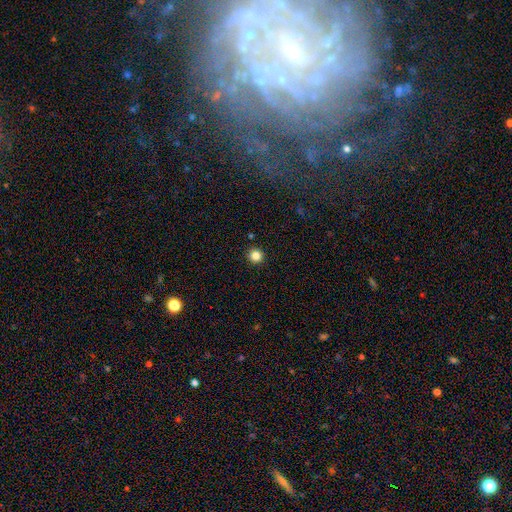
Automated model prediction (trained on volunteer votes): Smooth or featured? smooth (83%)
How rounded? round (95%)
Merging? none (92%)